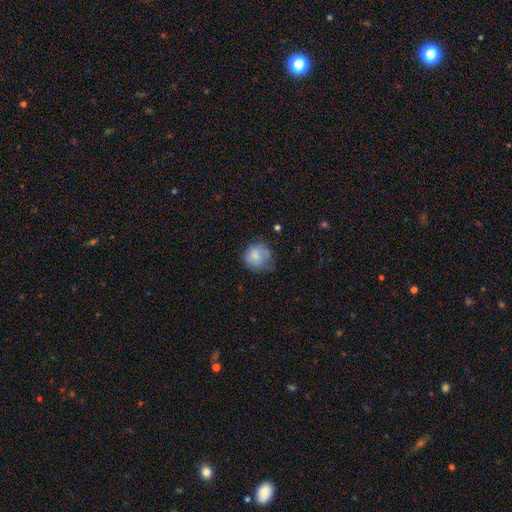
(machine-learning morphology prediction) smooth 75%, featured or disk 17%, star or artifact 8%. Down the decision tree: how rounded — round (83%); merging — none (55%).